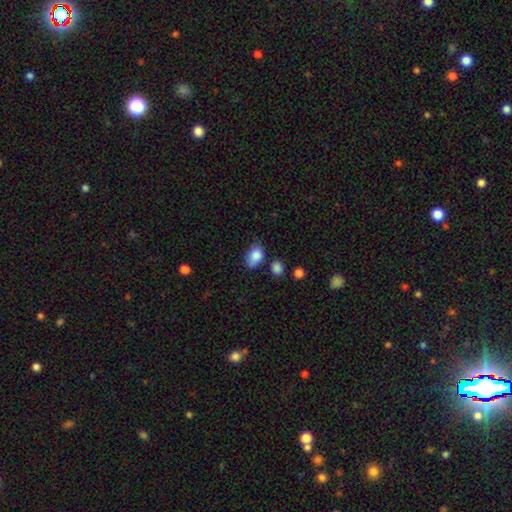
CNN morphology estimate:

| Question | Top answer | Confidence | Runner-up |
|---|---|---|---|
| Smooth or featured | smooth | 86% | star or artifact (8%) |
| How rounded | in between | 85% | round (13%) |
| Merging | none | 57% | minor disturbance (30%) |